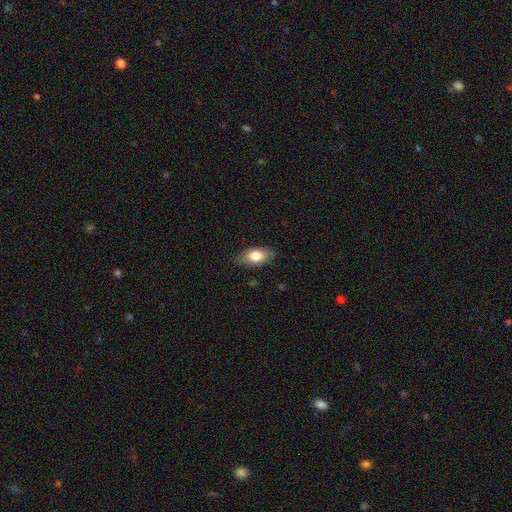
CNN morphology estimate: A smooth galaxy with no disk features (75%) that is in between round and cigar-shaped (87%). Merging: none (82%).